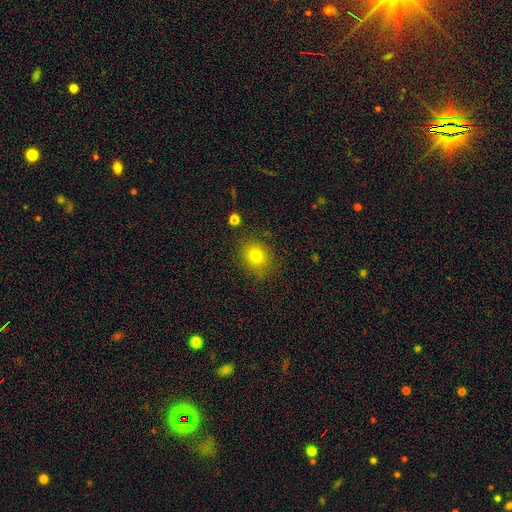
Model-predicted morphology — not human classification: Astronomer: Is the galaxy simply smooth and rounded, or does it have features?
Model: smooth — 77%.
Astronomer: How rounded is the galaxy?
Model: round — 63%.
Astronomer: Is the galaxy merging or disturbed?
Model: none — 82%.